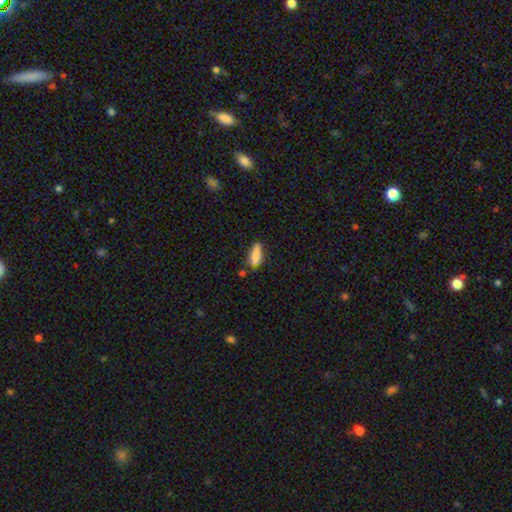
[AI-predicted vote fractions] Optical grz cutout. It shows a smooth galaxy with no disk features (81%) that is in between round and cigar-shaped (50%). Merging: none (58%).